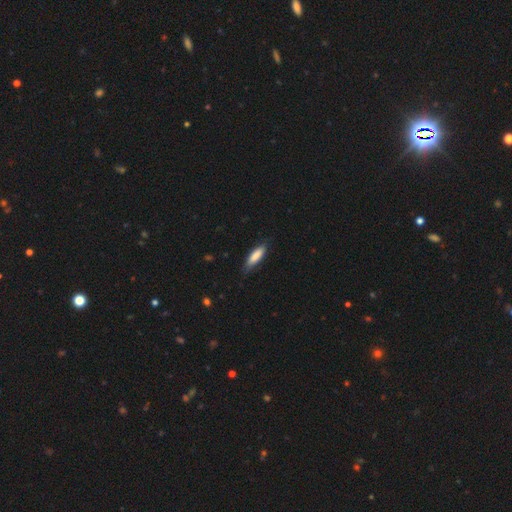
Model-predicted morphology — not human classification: This appears to be a smooth galaxy with no disk features (83%) that is cigar-shaped (53%). Merging: none (76%).